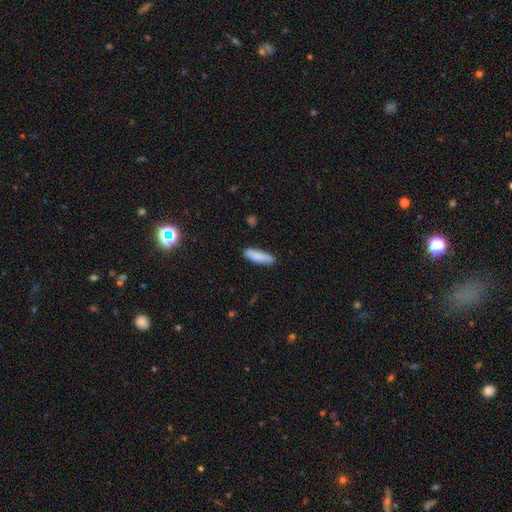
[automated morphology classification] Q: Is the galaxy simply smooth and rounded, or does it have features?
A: smooth — 85%.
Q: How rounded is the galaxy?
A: cigar-shaped — 60%.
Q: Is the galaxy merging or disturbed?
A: none — 86%.